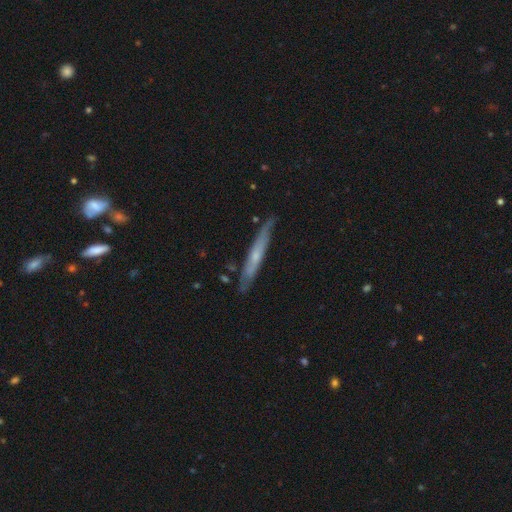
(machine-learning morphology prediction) Q: Smooth or featured?
A: featured or disk (57%); runner-up: smooth (37%)
Q: Edge-on disk?
A: yes (88%); runner-up: no (12%)
Q: Edge-on bulge?
A: none (55%); runner-up: rounded (40%)
Q: Merging?
A: none (81%); runner-up: minor disturbance (14%)